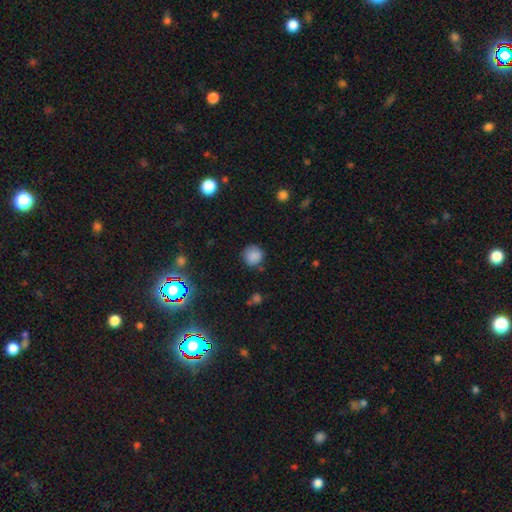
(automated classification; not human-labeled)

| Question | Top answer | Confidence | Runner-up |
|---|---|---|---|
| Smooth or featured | smooth | 85% | star or artifact (11%) |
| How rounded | round | 91% | in between (8%) |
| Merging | none | 80% | minor disturbance (14%) |